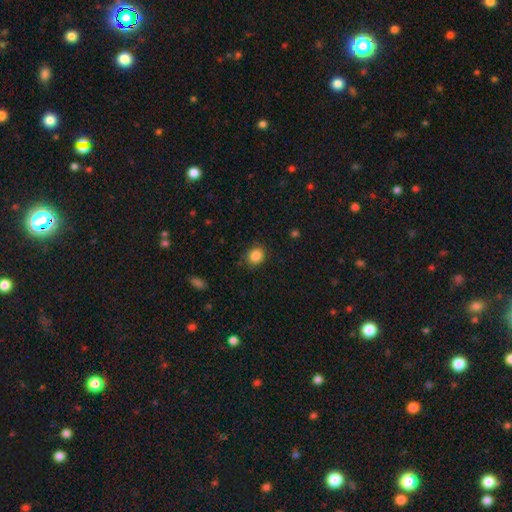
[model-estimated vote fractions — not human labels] Smooth or featured?
  - smooth: 86% *
  - star or artifact: 10%
  - featured or disk: 4%
How rounded?
  - round: 72% *
  - in between: 27%
  - cigar-shaped: 1%
Merging?
  - none: 85% *
  - minor disturbance: 11%
  - major disturbance: 3%
  - merger: 1%